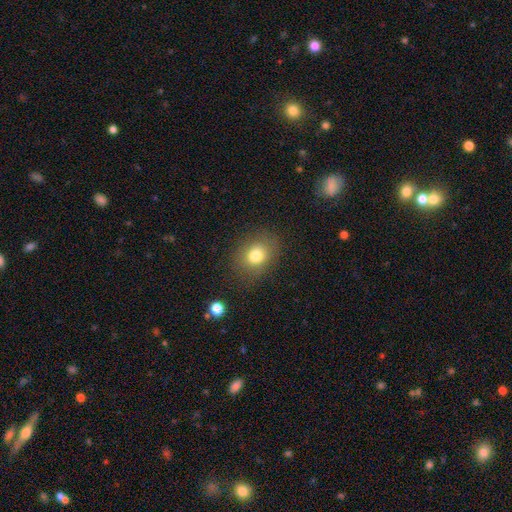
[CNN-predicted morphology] This is likely a smooth galaxy (77%). How rounded: possibly in between (53%). Merging: likely none (80%).